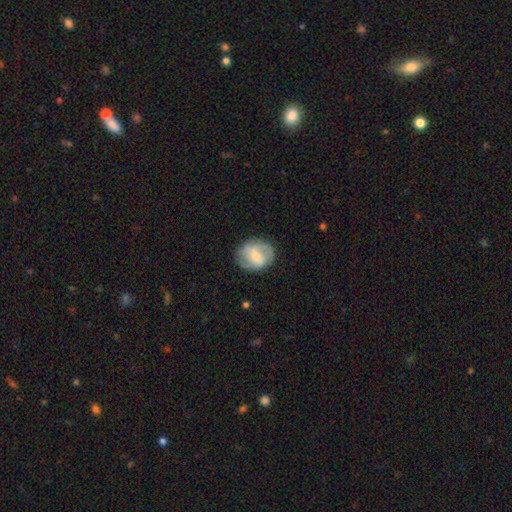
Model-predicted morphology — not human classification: This is possibly a featured or disk galaxy (53%). It is clearly not viewed edge-on (97%). Bar: possibly weak (45%). Spiral arm pattern: likely yes (68%). Central bulge: possibly small (56%). Merging: likely none (73%).